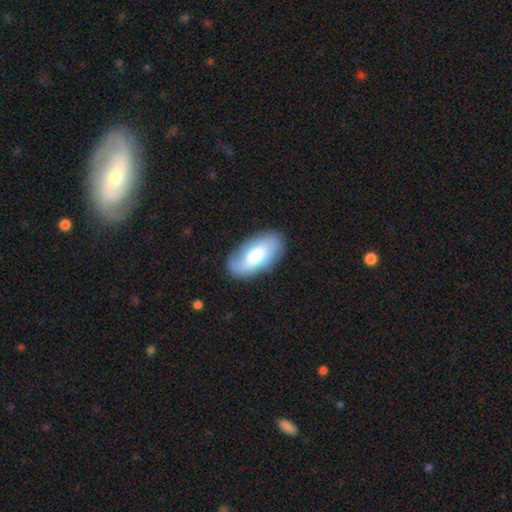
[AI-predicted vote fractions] smooth-or-featured: smooth: 60% | featured or disk: 34% | star or artifact: 6%
  how-rounded: in between: 93% | cigar-shaped: 4% | round: 3%
  merging: none: 82% | minor disturbance: 13% | major disturbance: 4% | merger: 1%